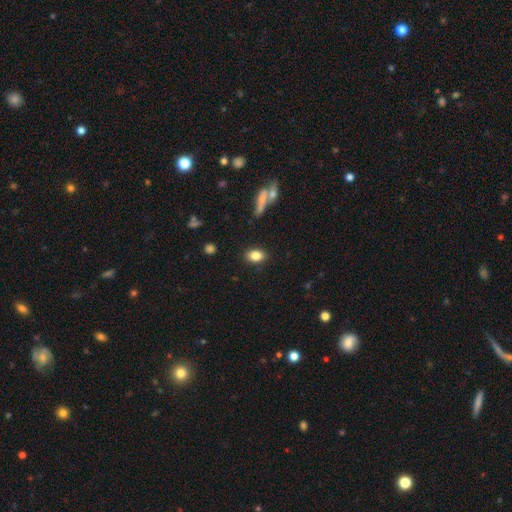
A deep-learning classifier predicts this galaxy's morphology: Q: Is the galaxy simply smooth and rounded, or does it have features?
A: smooth — 82%.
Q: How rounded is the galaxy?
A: in between — 82%.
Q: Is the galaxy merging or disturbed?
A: none — 86%.